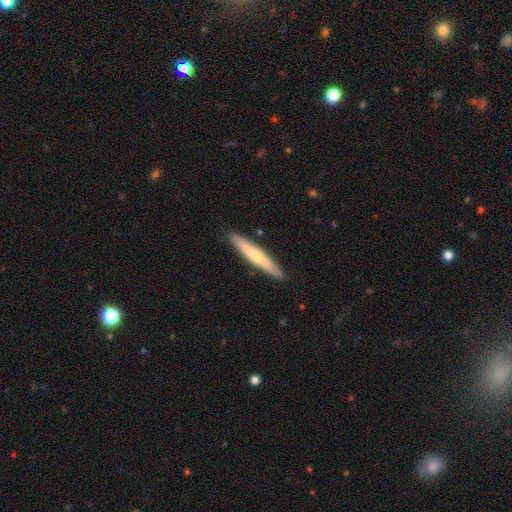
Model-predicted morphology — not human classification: A smooth galaxy with no disk features (56%) that is cigar-shaped (93%). Merging: none (90%).